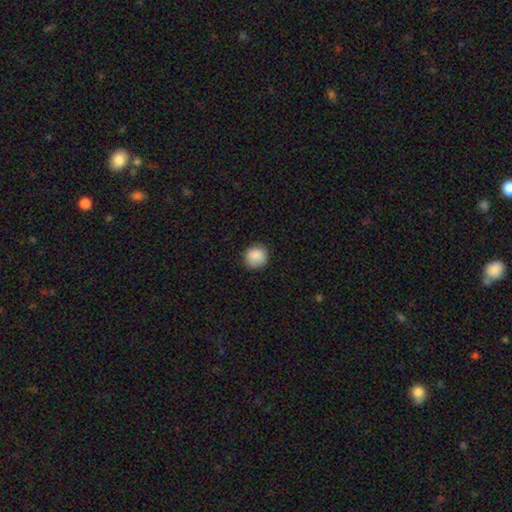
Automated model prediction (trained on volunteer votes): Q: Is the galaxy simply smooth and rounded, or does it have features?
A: smooth — 87%.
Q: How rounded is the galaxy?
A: round — 87%.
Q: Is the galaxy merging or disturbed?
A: none — 81%.